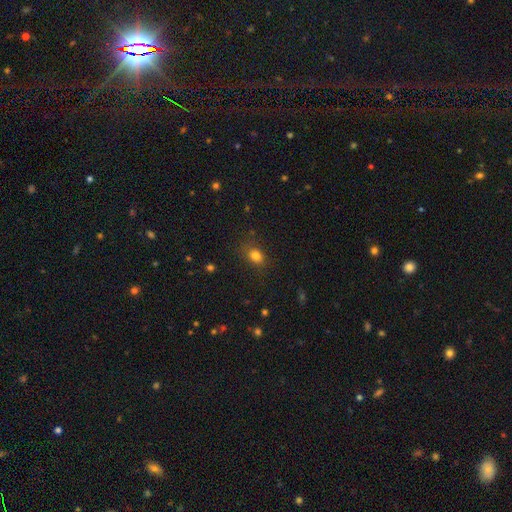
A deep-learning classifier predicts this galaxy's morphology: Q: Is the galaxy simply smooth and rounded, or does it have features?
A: smooth — 80%.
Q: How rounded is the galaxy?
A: in between — 60%.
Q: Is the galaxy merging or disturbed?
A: none — 79%.